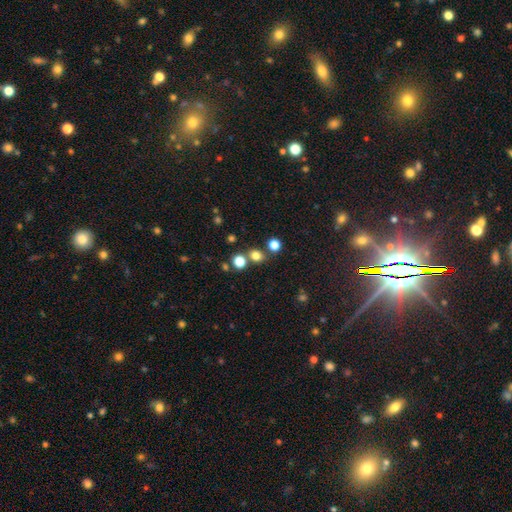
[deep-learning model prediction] Smooth or featured: smooth — 76% (star or artifact — 18%)
How rounded: round — 74% (in between — 25%)
Merging: none — 72% (merger — 17%)